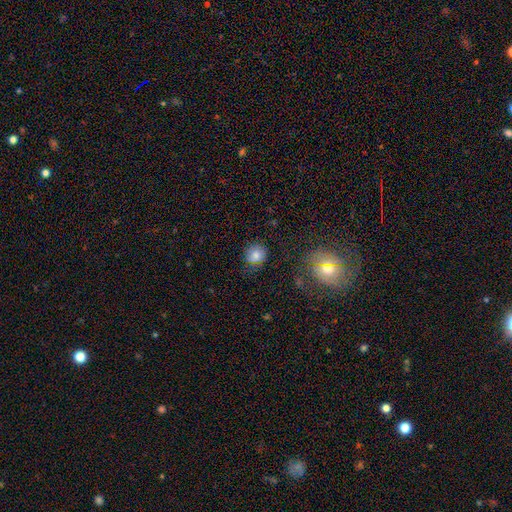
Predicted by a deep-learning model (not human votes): Morphology: type=smooth (76%); roundness=round (81%); merging=none (75%).